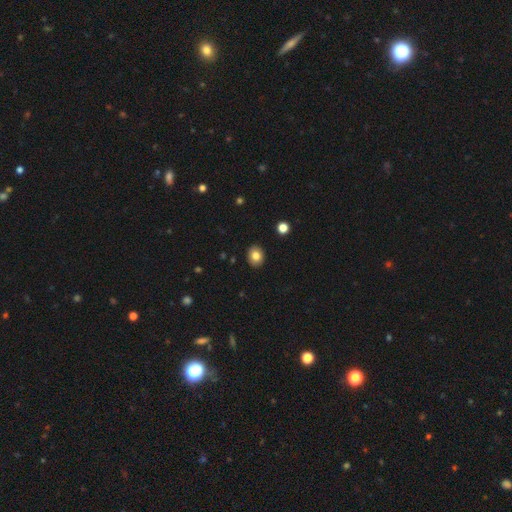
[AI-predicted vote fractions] Morphology: type=smooth (82%); roundness=round (61%); merging=none (91%).